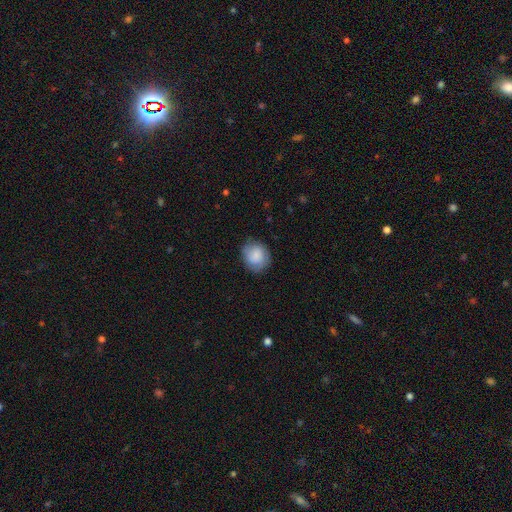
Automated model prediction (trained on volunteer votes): A smooth galaxy with no disk features (81%) that is round (72%). Merging: none (79%).